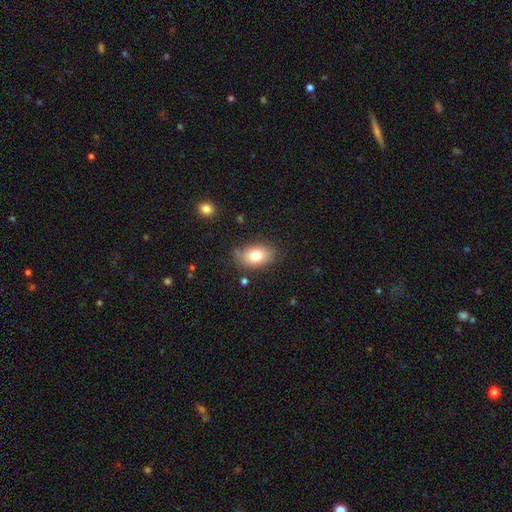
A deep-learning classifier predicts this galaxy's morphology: This is likely a smooth galaxy (79%). How rounded: clearly in between (87%). Merging: likely none (79%).